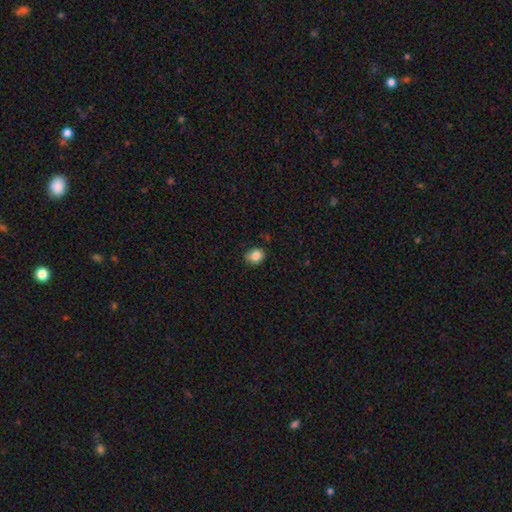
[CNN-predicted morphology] Overall: smooth (85%). How rounded: round (64%; in between 35%). Merging: none (73%).